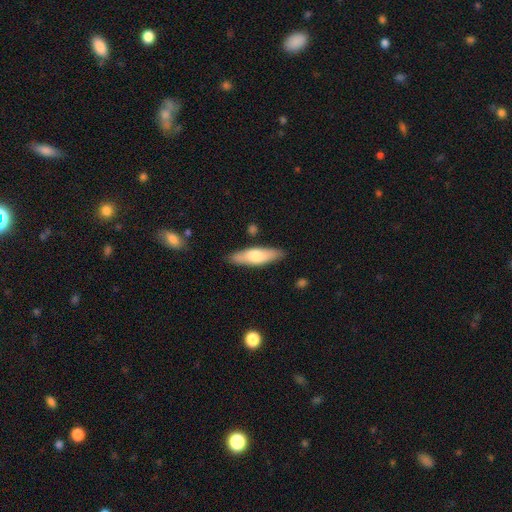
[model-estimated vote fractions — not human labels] Smooth or featured: smooth — 64% (featured or disk — 31%)
How rounded: cigar-shaped — 57% (in between — 41%)
Merging: none — 86% (minor disturbance — 10%)